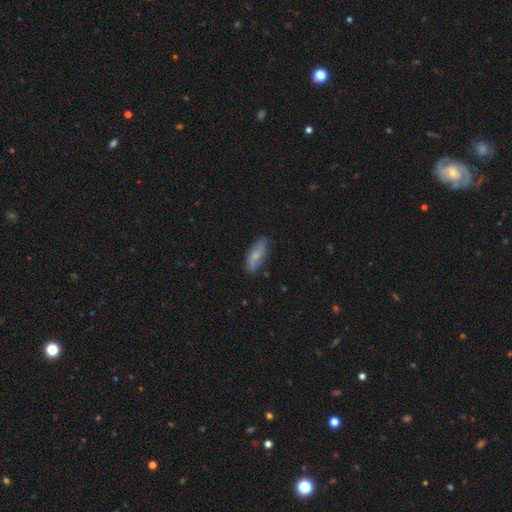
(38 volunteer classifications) Q: Smooth or featured?
A: smooth (63%); runner-up: featured or disk (32%)
Q: How rounded?
A: in between (71%); runner-up: cigar-shaped (25%)
Q: Merging?
A: none (81%); runner-up: minor disturbance (19%)